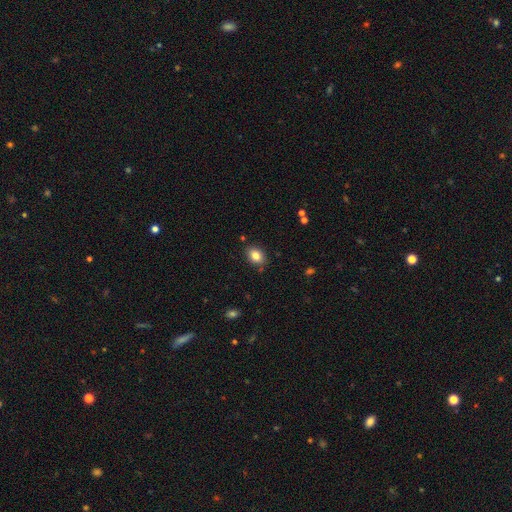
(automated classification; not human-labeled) A smooth galaxy with no disk features (83%) that is in between round and cigar-shaped (74%). Merging: none (85%).